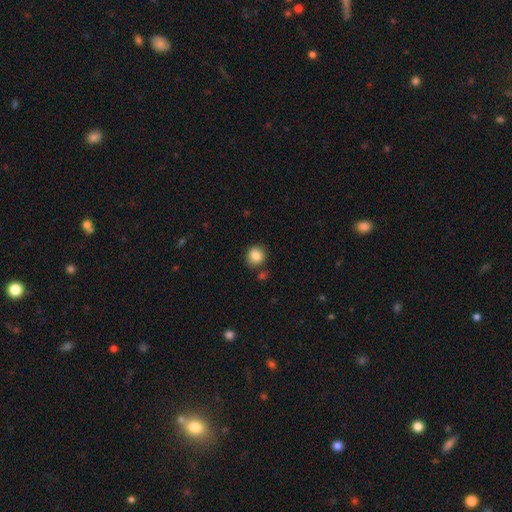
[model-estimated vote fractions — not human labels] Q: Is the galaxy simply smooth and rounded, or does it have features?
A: smooth — 85%.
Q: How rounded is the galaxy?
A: round — 82%.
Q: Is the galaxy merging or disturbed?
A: none — 81%.